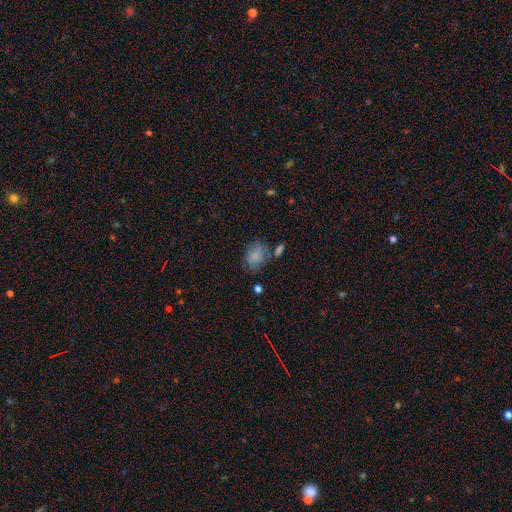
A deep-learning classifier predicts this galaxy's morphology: The model was most divided on "how rounded": in between: 66%, round: 33%, cigar-shaped: 1%. More confident: smooth or featured — smooth (80%); merging — none (60%).